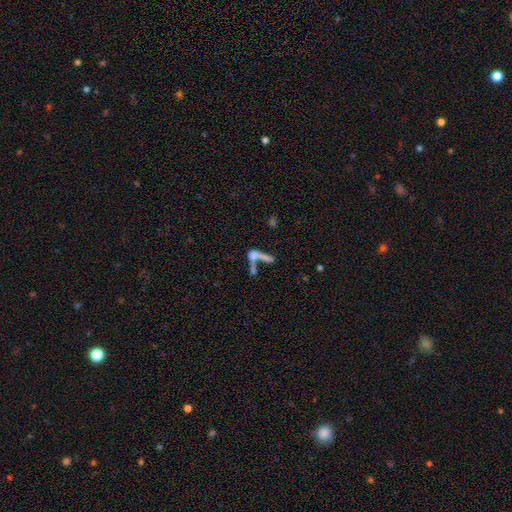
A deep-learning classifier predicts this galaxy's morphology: smooth 52%, featured or disk 32%, star or artifact 16%. Down the decision tree: how rounded — cigar-shaped (63%); merging — merger (52%).